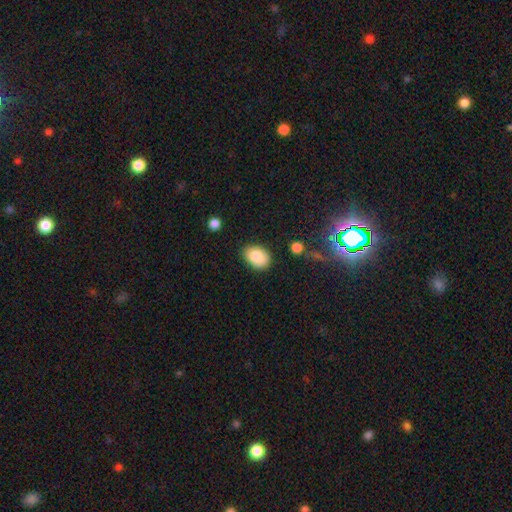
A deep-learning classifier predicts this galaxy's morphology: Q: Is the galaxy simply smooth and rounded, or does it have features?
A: smooth — 84%.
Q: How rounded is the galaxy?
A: in between — 79%.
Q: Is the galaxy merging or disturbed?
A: none — 80%.